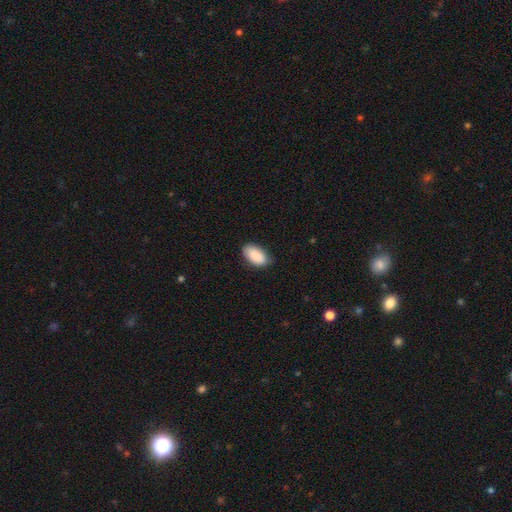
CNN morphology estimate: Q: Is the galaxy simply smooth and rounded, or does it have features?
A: smooth — 90%.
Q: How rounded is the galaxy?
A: in between — 95%.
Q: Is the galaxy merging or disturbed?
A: none — 84%.